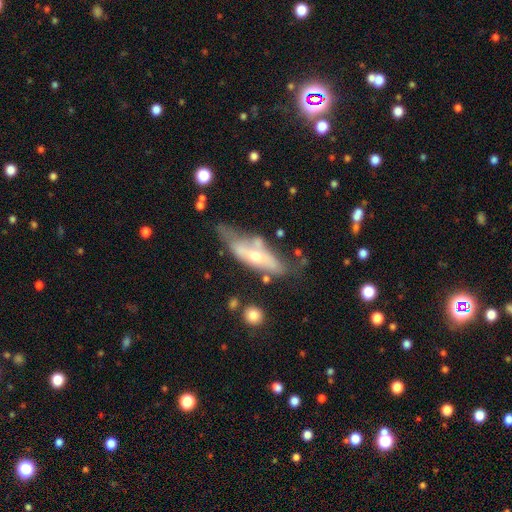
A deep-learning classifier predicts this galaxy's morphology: Overall: featured or disk (58%; smooth 36%). Edge-on disk: no (55%; yes 45%). Merging: none (33%; minor disturbance 29%).